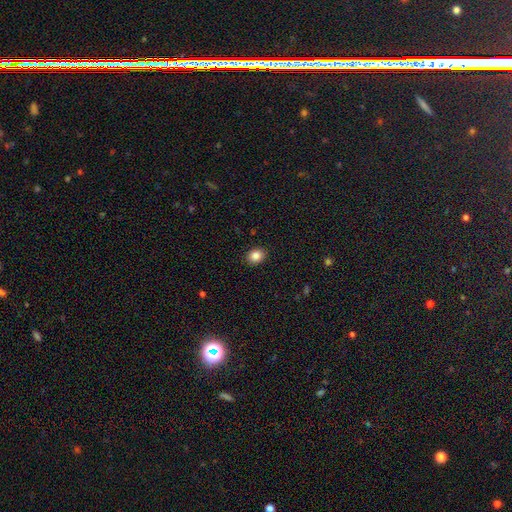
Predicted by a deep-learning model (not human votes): smooth-or-featured: smooth: 86% | star or artifact: 9% | featured or disk: 5%
  how-rounded: round: 53% | in between: 47% | cigar-shaped: 1%
  merging: none: 90% | minor disturbance: 7% | major disturbance: 2% | merger: 1%